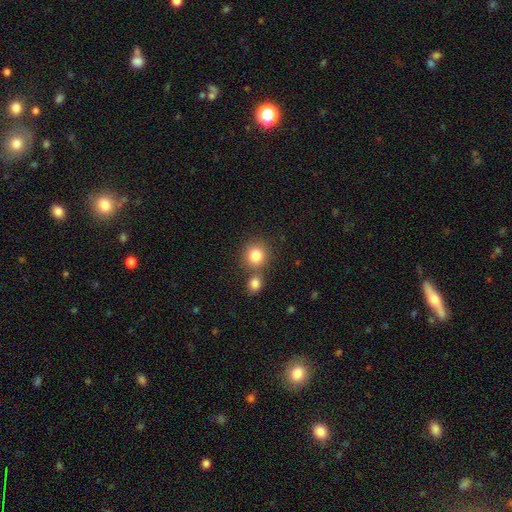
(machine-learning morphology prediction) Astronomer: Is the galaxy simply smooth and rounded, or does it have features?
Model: smooth — 82%.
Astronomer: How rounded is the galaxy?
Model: round — 88%.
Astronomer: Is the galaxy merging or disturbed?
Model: none — 61%.